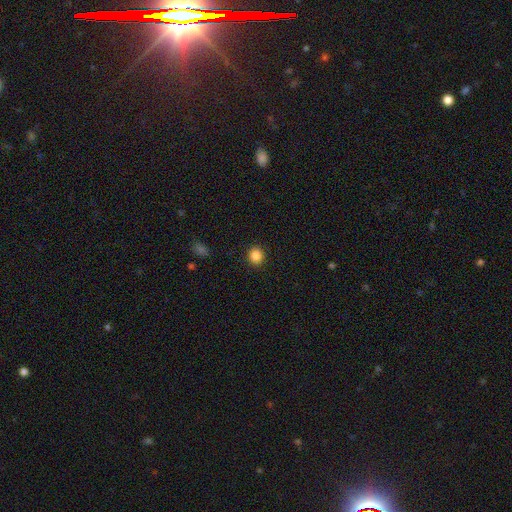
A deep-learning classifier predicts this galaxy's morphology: Smooth or featured?
  - smooth: 86% *
  - star or artifact: 10%
  - featured or disk: 3%
How rounded?
  - round: 85% *
  - in between: 14%
  - cigar-shaped: 1%
Merging?
  - none: 91% *
  - minor disturbance: 6%
  - major disturbance: 2%
  - merger: 1%